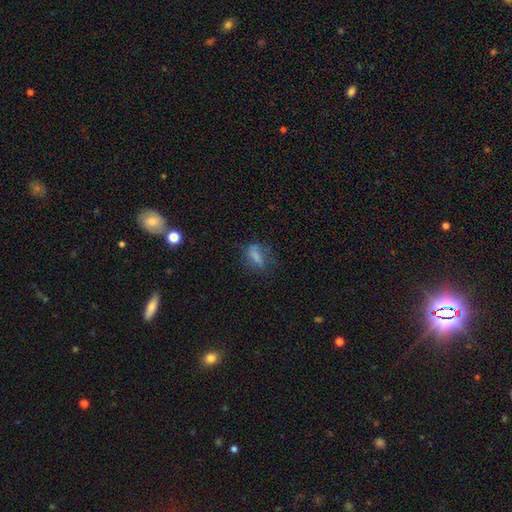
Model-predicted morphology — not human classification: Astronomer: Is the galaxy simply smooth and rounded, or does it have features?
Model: smooth — 71%.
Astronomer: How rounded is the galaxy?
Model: in between — 71%.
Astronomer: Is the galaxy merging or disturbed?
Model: none — 59%.